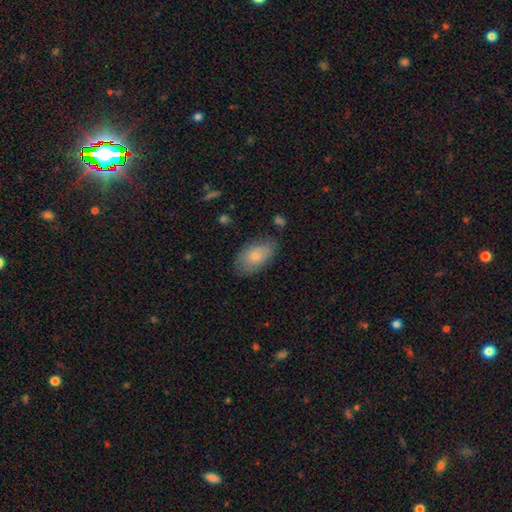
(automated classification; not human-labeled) smooth-or-featured: smooth: 79% | featured or disk: 15% | star or artifact: 6%
  how-rounded: in between: 93% | round: 5% | cigar-shaped: 2%
  merging: none: 74% | minor disturbance: 19% | major disturbance: 5% | merger: 2%